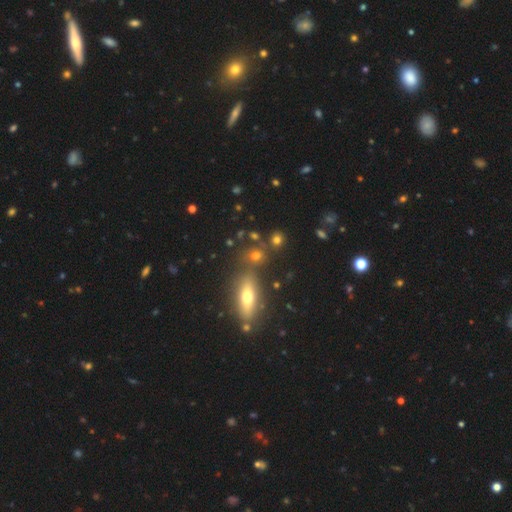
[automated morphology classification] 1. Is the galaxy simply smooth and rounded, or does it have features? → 62% smooth, 22% star or artifact, 16% featured or disk.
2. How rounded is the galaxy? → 59% round, 31% in between, 10% cigar-shaped.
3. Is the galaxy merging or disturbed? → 73% none, 14% merger, 9% minor disturbance, 4% major disturbance.